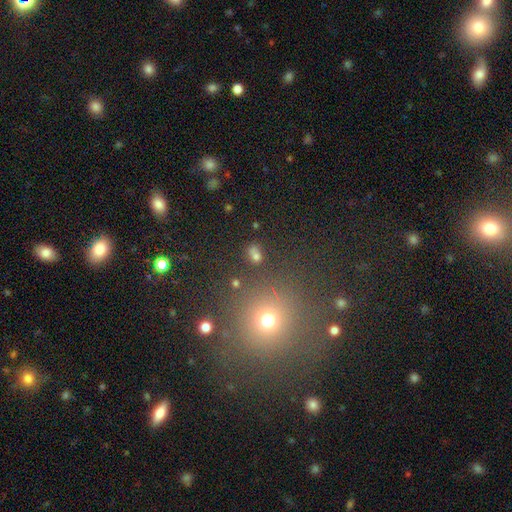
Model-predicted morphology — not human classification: A smooth galaxy with no disk features (52%) that is round (90%).

Vote fractions:
- Smooth or featured? smooth: 52% / star or artifact: 40% / featured or disk: 8%
- How rounded? round: 90% / in between: 9% / cigar-shaped: 1%
- Merging? none: 85% / minor disturbance: 7% / major disturbance: 4% / merger: 4%